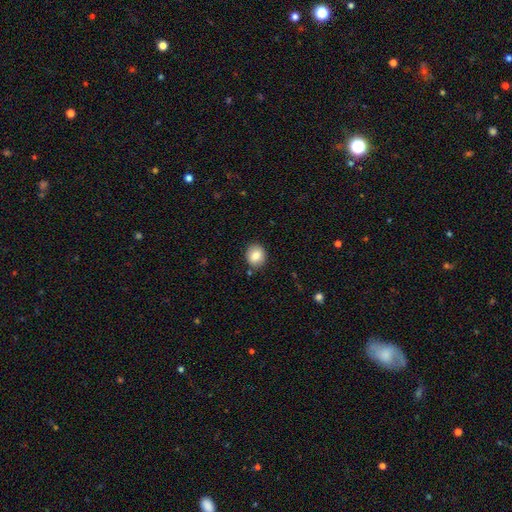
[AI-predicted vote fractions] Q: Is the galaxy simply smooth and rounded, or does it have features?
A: smooth — 83%.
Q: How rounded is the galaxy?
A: round — 71%.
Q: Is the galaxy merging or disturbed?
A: none — 86%.